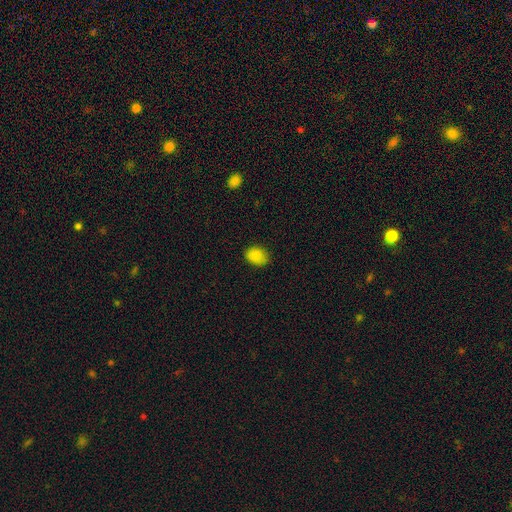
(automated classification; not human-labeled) smooth_or_featured: smooth (p=0.86) [alt: star or artifact p=0.11]
how_rounded: in between (p=0.61) [alt: round p=0.38]
merging: none (p=0.81) [alt: minor disturbance p=0.15]